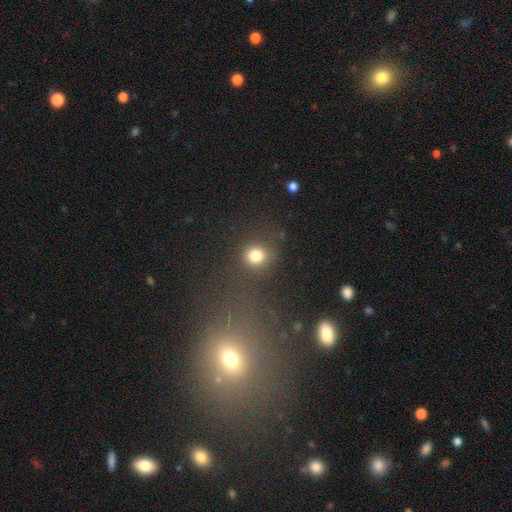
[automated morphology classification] This appears to be a smooth galaxy with no disk features (79%) that is round (83%). Merging: none (75%).